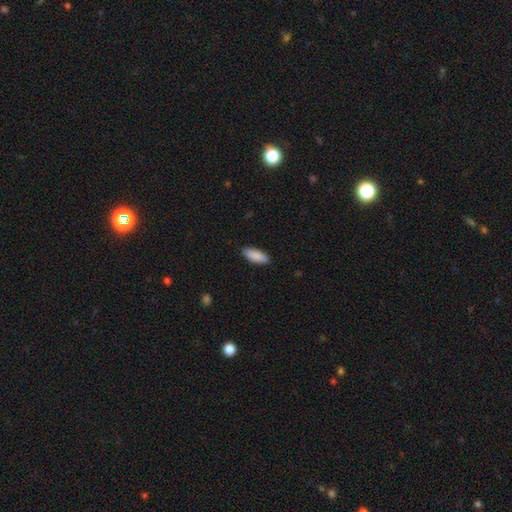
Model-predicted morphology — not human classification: Q: Smooth or featured?
A: smooth (90%); runner-up: star or artifact (6%)
Q: How rounded?
A: in between (75%); runner-up: cigar-shaped (23%)
Q: Merging?
A: none (89%); runner-up: minor disturbance (8%)